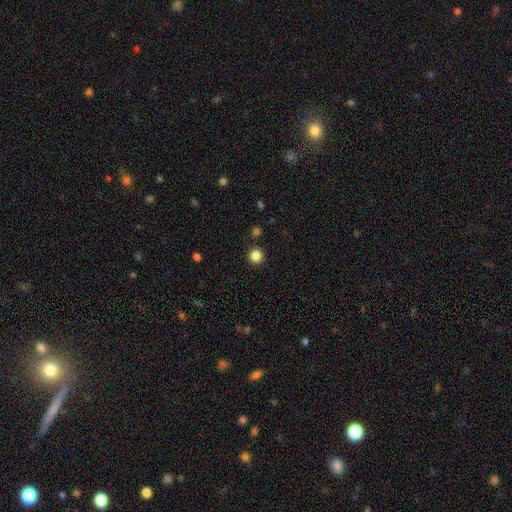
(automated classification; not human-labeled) Morphology: type=smooth (85%); roundness=round (95%); merging=none (90%).